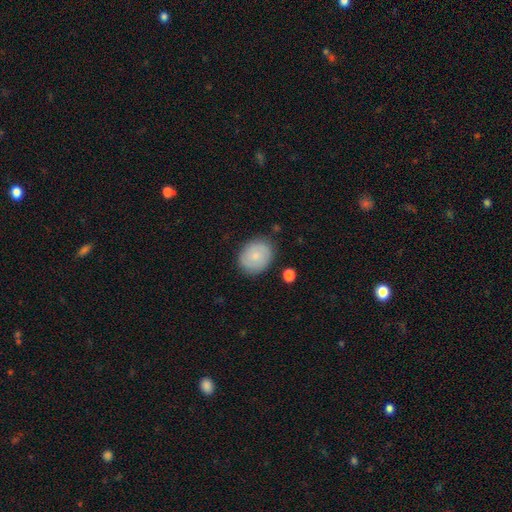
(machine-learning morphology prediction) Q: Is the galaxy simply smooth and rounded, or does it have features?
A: smooth — 71%.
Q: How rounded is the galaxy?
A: round — 53%.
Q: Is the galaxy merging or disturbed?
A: none — 83%.